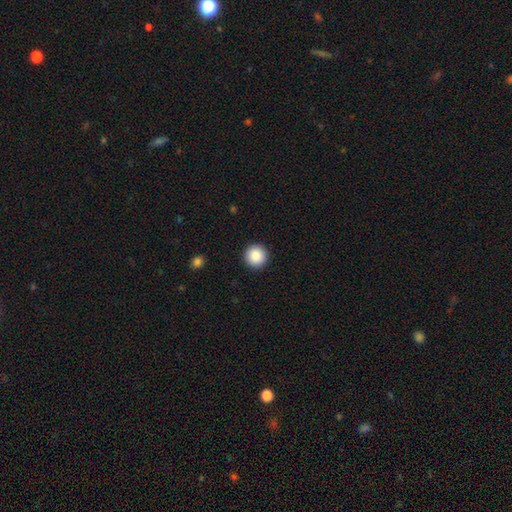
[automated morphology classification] This appears to be a smooth galaxy with no disk features (88%) that is round (96%). Merging: none (93%).